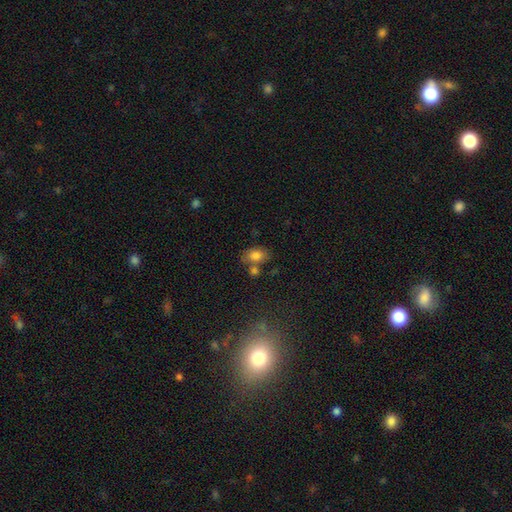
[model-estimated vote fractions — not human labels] This appears to be a smooth galaxy with no disk features (80%) that is in between round and cigar-shaped (76%). Merging: none (57%).